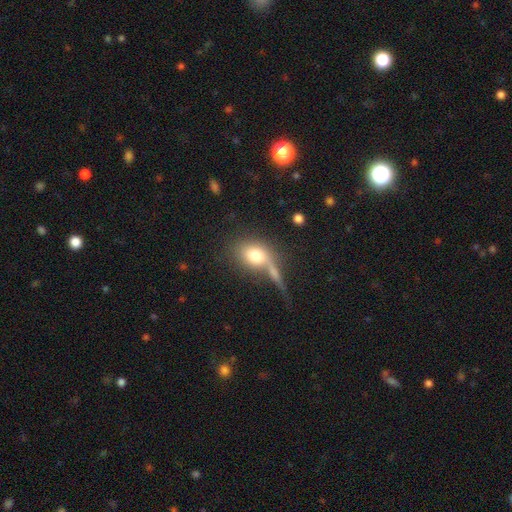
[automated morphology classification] Smooth or featured?
  - smooth: 74% *
  - featured or disk: 16%
  - star or artifact: 9%
How rounded?
  - in between: 56% *
  - round: 40%
  - cigar-shaped: 4%
Merging?
  - none: 45% *
  - merger: 27%
  - minor disturbance: 15%
  - major disturbance: 14%